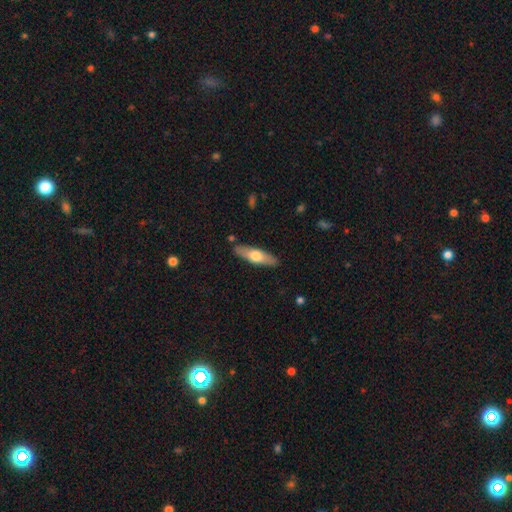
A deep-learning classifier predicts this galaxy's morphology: type=smooth (55%); roundness=cigar-shaped (60%); merging=none (87%).